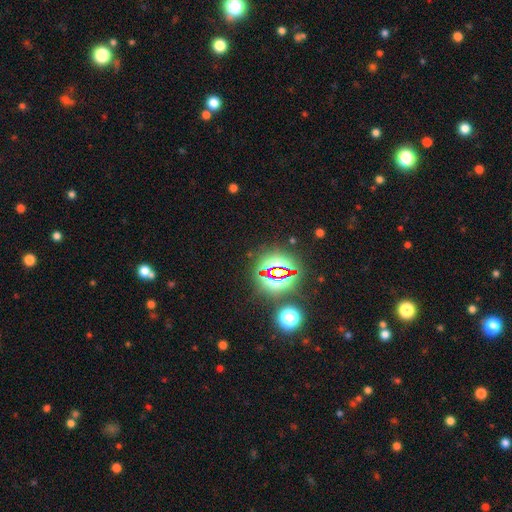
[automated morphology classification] The model was most divided on "smooth or featured": star or artifact: 82%, smooth: 11%, featured or disk: 7%.